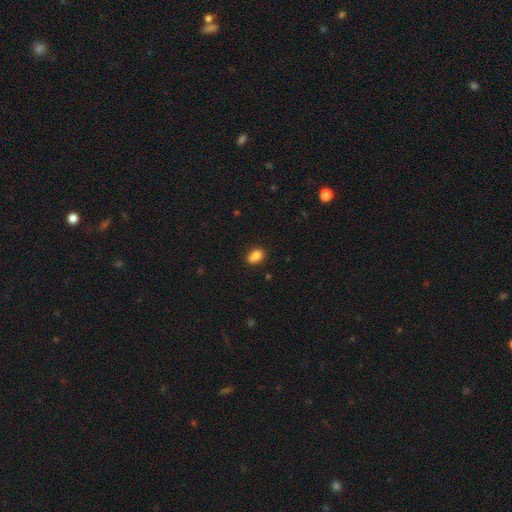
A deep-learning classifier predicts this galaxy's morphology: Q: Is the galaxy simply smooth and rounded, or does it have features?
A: smooth — 82%.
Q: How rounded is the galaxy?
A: in between — 64%.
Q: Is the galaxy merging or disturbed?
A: none — 63%.